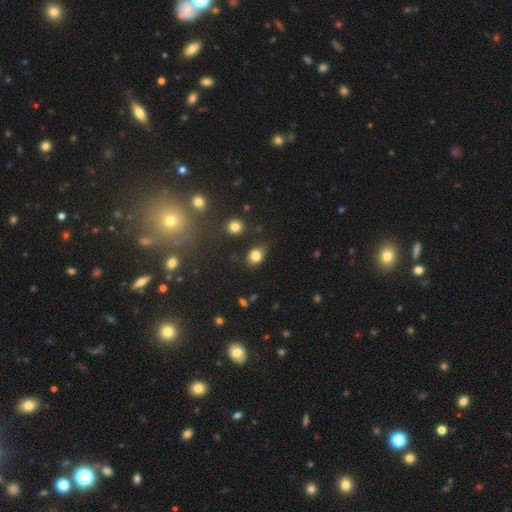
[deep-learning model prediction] Q: Smooth or featured?
A: smooth (82%); runner-up: star or artifact (12%)
Q: How rounded?
A: in between (51%); runner-up: round (48%)
Q: Merging?
A: none (72%); runner-up: minor disturbance (20%)